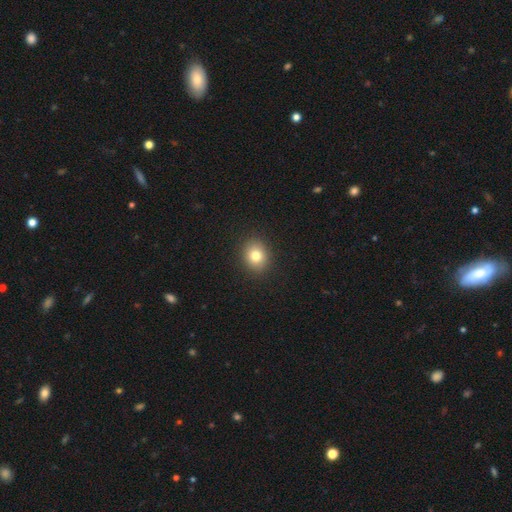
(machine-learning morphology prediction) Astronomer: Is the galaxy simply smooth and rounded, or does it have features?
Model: smooth — 80%.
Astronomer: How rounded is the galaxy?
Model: round — 67%.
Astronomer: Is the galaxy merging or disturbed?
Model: none — 91%.